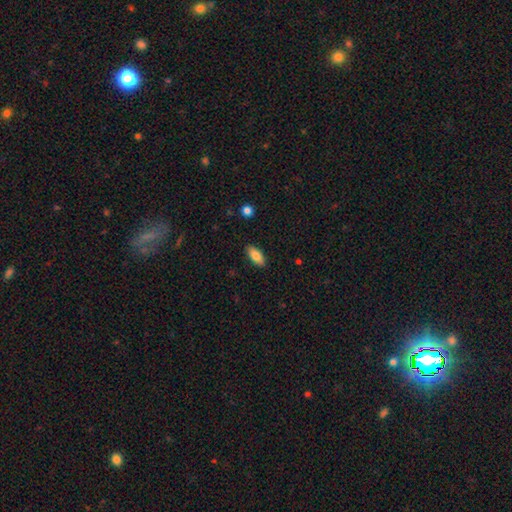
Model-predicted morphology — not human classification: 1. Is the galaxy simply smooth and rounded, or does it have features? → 83% smooth, 11% featured or disk, 7% star or artifact.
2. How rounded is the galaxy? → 85% in between, 13% cigar-shaped, 2% round.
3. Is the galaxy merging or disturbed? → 89% none, 8% minor disturbance, 2% major disturbance, 1% merger.